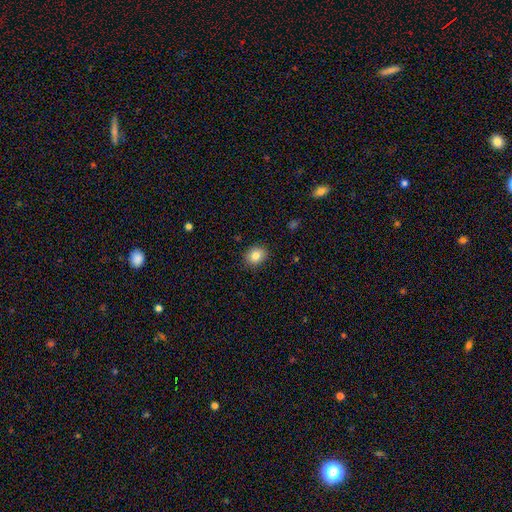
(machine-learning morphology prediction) A smooth galaxy with no disk features (84%) that is round (52%).

Vote fractions:
- Smooth or featured? smooth: 84% / star or artifact: 9% / featured or disk: 7%
- How rounded? round: 52% / in between: 47% / cigar-shaped: 1%
- Merging? none: 88% / minor disturbance: 9% / major disturbance: 2% / merger: 1%